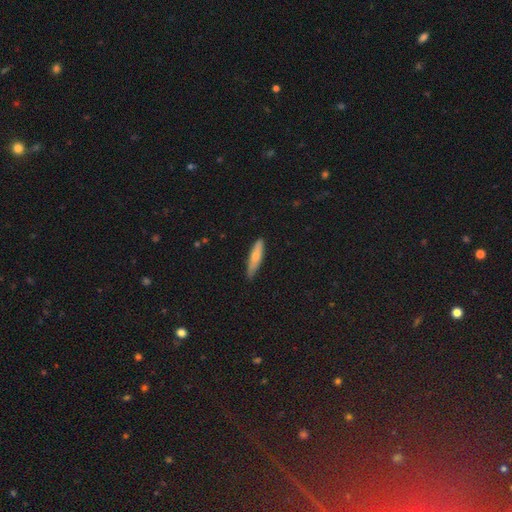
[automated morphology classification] A smooth galaxy with no disk features (69%) that is cigar-shaped (79%). Merging: none (80%).